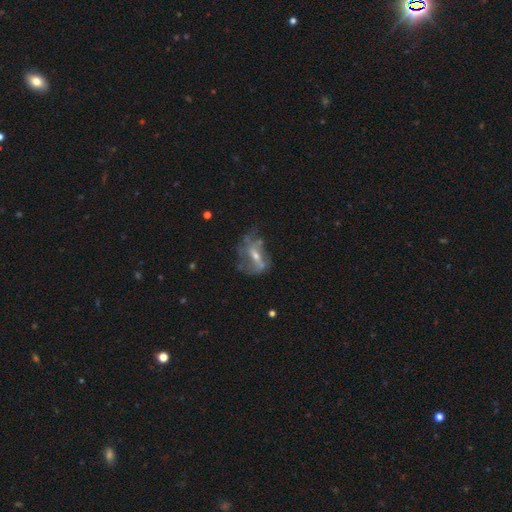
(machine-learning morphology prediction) This is likely a featured or disk galaxy (67%). It is clearly not viewed edge-on (94%). Bar: marginally no (43%). Spiral arm pattern: possibly no (51%). Central bulge: possibly small (49%). Merging: marginally none (40%).